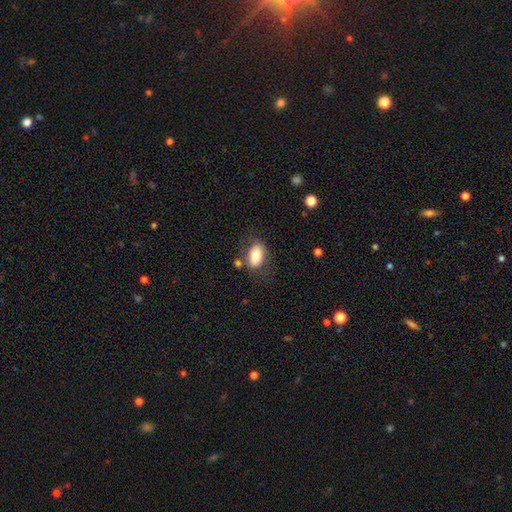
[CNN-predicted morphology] The model was most divided on "merging": none: 70%, minor disturbance: 16%, merger: 7%, major disturbance: 6%. More confident: how rounded — in between (90%); smooth or featured — smooth (78%).